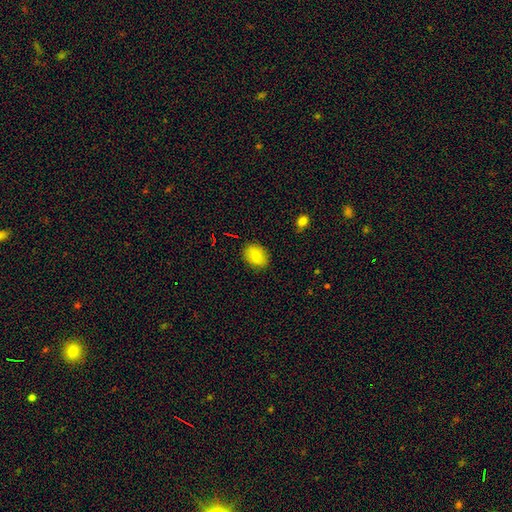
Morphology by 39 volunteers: Smooth or featured? 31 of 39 (79%) said smooth. How rounded? 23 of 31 (74%) said in between. Merging? 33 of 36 (92%) said none.